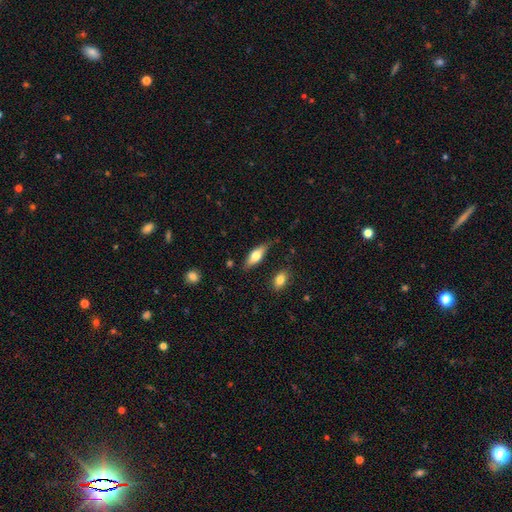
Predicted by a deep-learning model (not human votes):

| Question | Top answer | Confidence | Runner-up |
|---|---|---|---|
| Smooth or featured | smooth | 62% | featured or disk (32%) |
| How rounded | in between | 64% | cigar-shaped (33%) |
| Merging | none | 78% | minor disturbance (16%) |